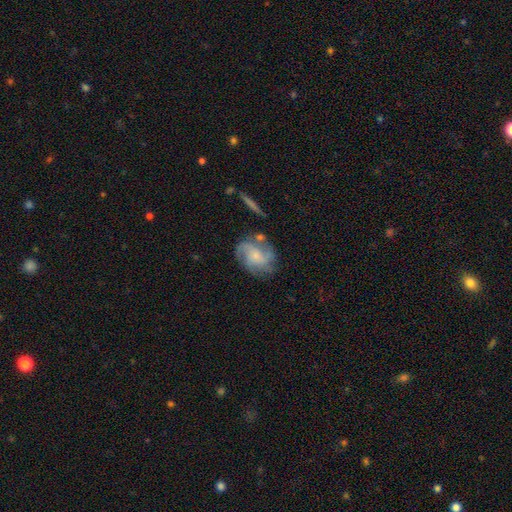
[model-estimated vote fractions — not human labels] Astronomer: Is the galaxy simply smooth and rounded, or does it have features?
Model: featured or disk — 72%.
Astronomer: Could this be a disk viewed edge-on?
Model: no — 97%.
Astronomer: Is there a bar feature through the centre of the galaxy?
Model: no — 70%.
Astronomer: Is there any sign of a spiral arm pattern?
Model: yes — 92%.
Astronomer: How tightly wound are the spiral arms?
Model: medium — 46% (runner-up: tight, 29%).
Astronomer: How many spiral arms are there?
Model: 3 — 38% (runner-up: can't tell, 19%).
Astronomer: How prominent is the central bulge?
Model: small — 58%.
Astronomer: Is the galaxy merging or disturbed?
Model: none — 64%.